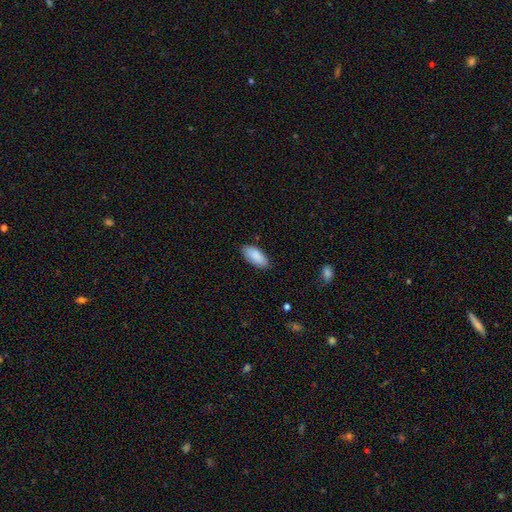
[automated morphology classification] A smooth galaxy with no disk features (89%) that is in between round and cigar-shaped (90%).

Vote fractions:
- Smooth or featured? smooth: 89% / star or artifact: 6% / featured or disk: 5%
- How rounded? in between: 90% / cigar-shaped: 8% / round: 2%
- Merging? none: 85% / minor disturbance: 12% / major disturbance: 2% / merger: 1%